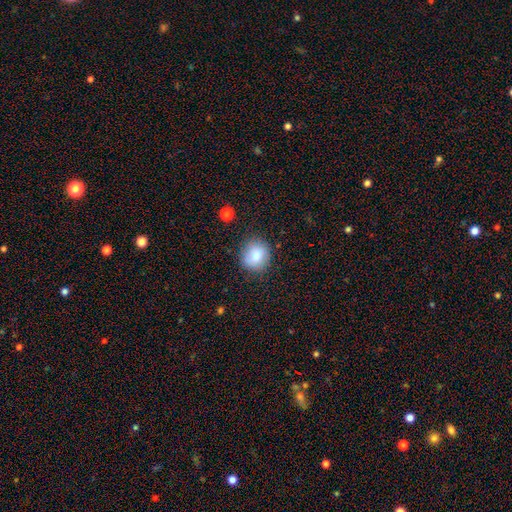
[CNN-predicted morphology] Smooth or featured: smooth — 83% (star or artifact — 8%)
How rounded: round — 83% (in between — 16%)
Merging: none — 82% (minor disturbance — 13%)